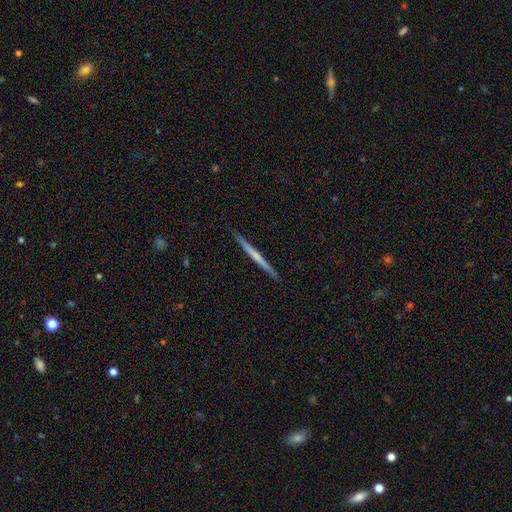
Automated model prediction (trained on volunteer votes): A featured or disk galaxy (59%) viewed edge-on (98%) with no central bulge (63%). Merging: none (92%).